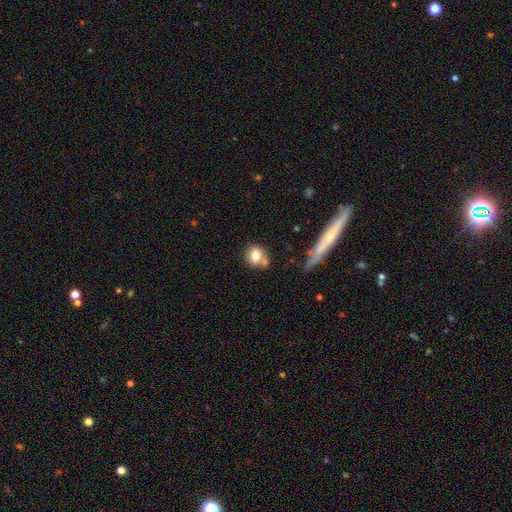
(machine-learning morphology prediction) Overall: smooth (76%). How rounded: round (74%). Merging: none (57%; merger 23%).